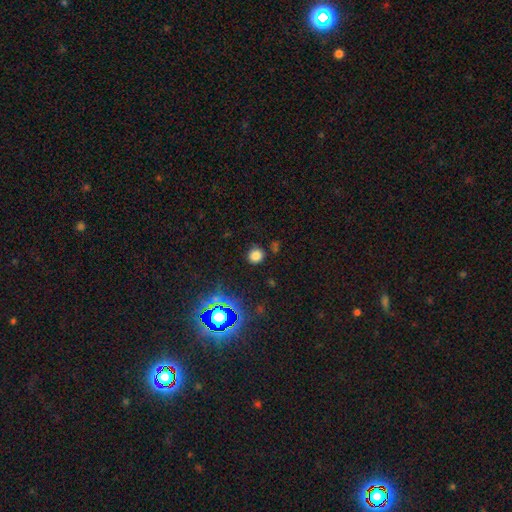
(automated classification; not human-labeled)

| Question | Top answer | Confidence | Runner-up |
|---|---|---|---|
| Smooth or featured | smooth | 74% | star or artifact (21%) |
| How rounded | round | 87% | in between (12%) |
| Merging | none | 83% | minor disturbance (10%) |